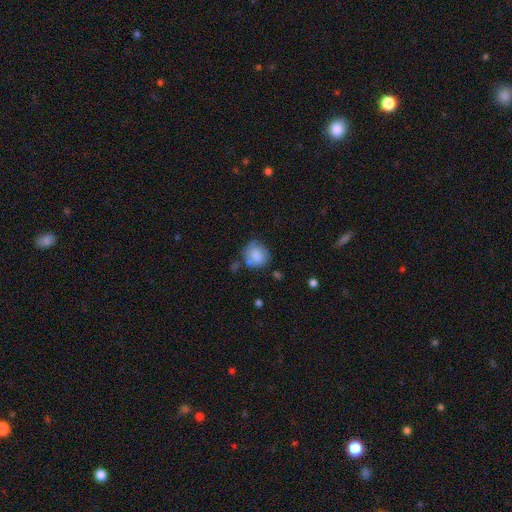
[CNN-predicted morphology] Smooth or featured? smooth (76%)
How rounded? round (69%)
Merging? none (49%)